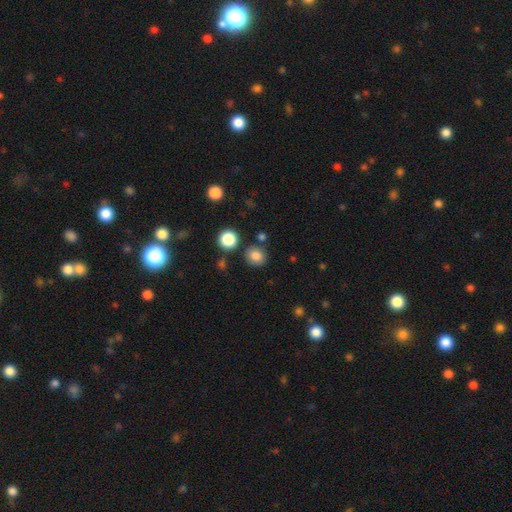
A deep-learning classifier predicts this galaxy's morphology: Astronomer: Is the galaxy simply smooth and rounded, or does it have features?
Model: smooth — 83%.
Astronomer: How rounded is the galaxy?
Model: round — 88%.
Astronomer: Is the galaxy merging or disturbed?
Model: none — 84%.